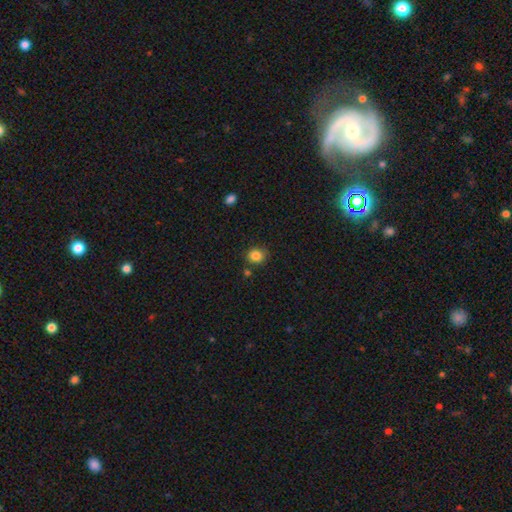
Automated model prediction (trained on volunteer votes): A smooth galaxy with no disk features (84%) that is round (75%). Merging: none (80%).